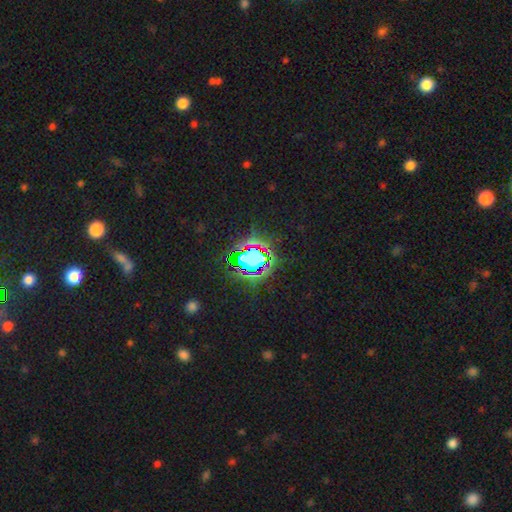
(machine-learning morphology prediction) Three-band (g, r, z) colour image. It shows a star or artifact, not a galaxy (67%).